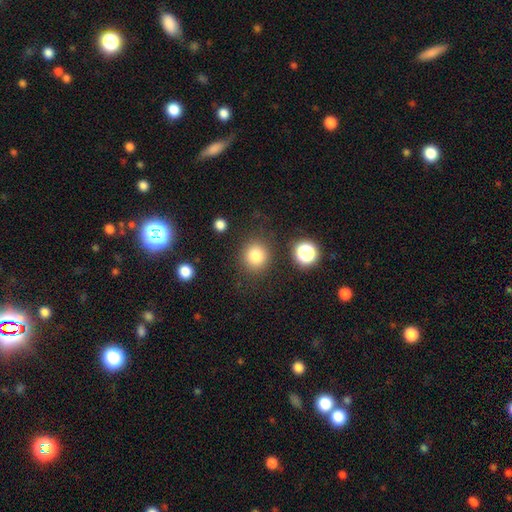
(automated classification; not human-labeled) Morphology: type=smooth (82%); roundness=round (90%); merging=none (85%).